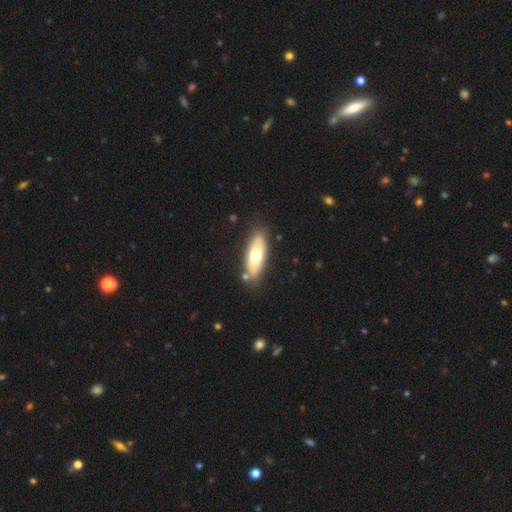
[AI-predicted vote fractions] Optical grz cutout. It shows a smooth galaxy with no disk features (61%) that is in between round and cigar-shaped (68%). Merging: none (79%).